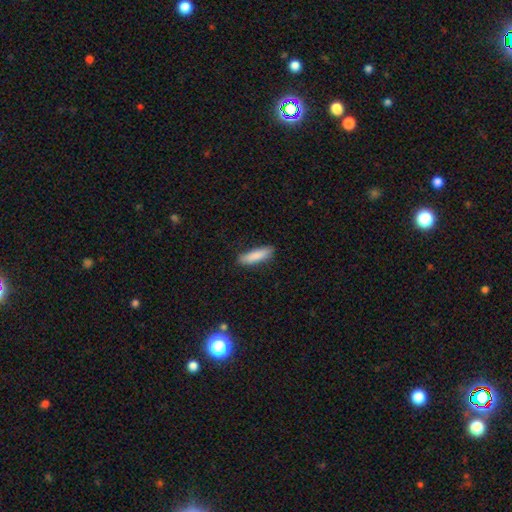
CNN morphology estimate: This is clearly a smooth galaxy (87%). How rounded: likely cigar-shaped (66%). Merging: clearly none (84%).